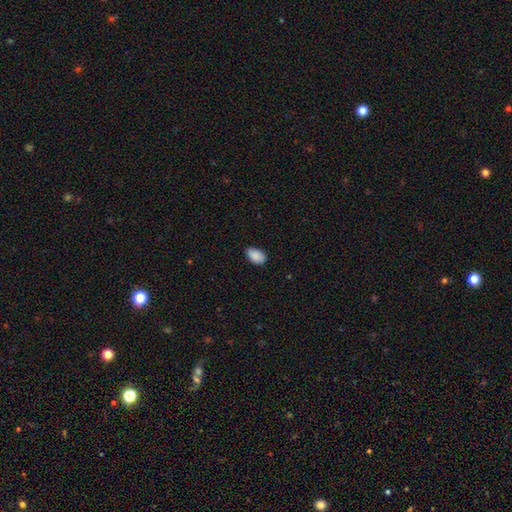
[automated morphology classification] A smooth galaxy with no disk features (88%) that is in between round and cigar-shaped (90%). Merging: none (81%).